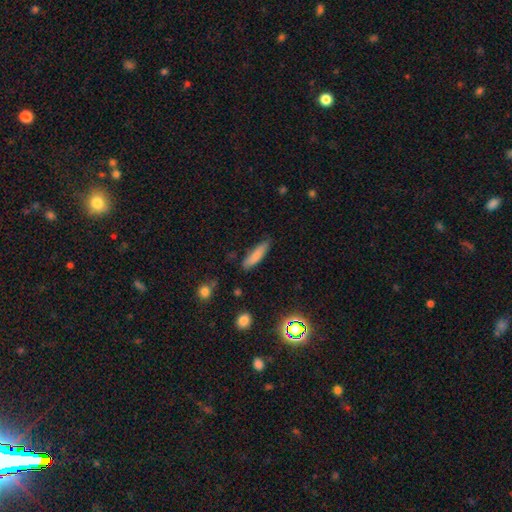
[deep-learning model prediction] This appears to be a smooth galaxy with no disk features (80%) that is cigar-shaped (72%). Merging: none (80%).